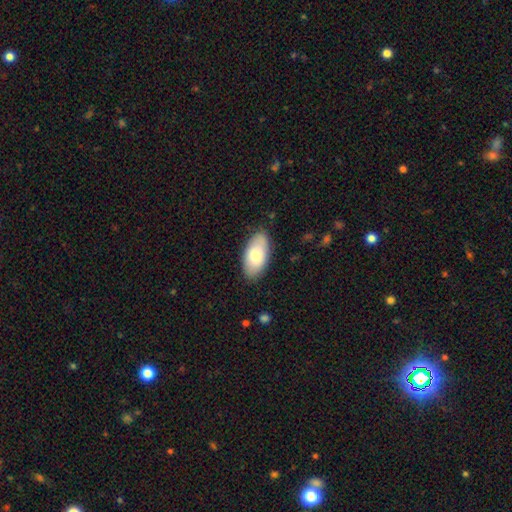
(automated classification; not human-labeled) Smooth or featured? Predicted: smooth (p=0.77). How rounded? Predicted: in between (p=0.95). Merging? Predicted: none (p=0.84).